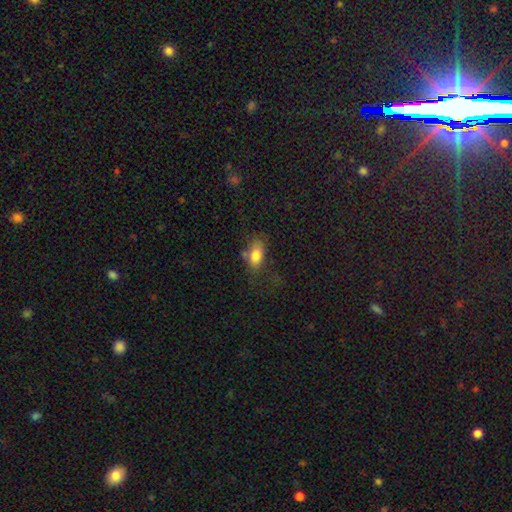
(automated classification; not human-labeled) Smooth or featured? Predicted: smooth (p=0.79). How rounded? Predicted: in between (p=0.88). Merging? Predicted: none (p=0.51).